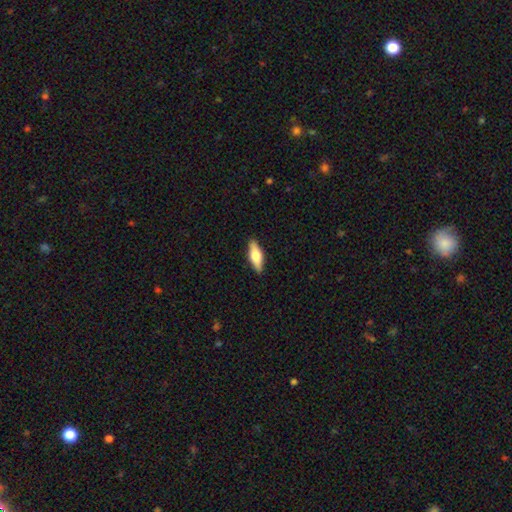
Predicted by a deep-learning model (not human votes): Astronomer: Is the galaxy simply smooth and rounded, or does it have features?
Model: smooth — 58% (runner-up: featured or disk, 36%).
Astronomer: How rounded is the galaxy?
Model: in between — 60% (runner-up: cigar-shaped, 38%).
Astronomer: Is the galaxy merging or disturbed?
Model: none — 89%.